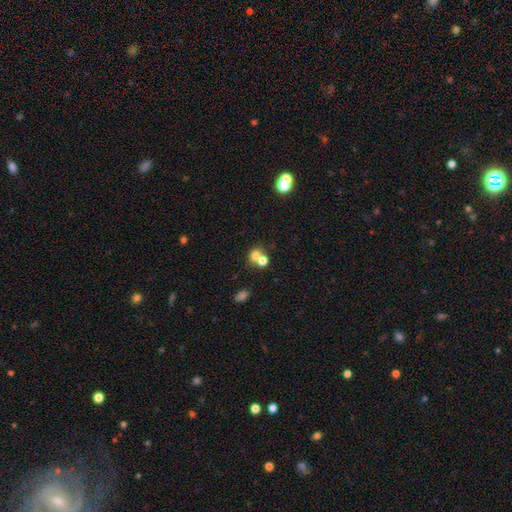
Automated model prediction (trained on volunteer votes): Smooth or featured? Predicted: smooth (p=0.70). How rounded? Predicted: round (p=0.63). Merging? Predicted: merger (p=0.51).